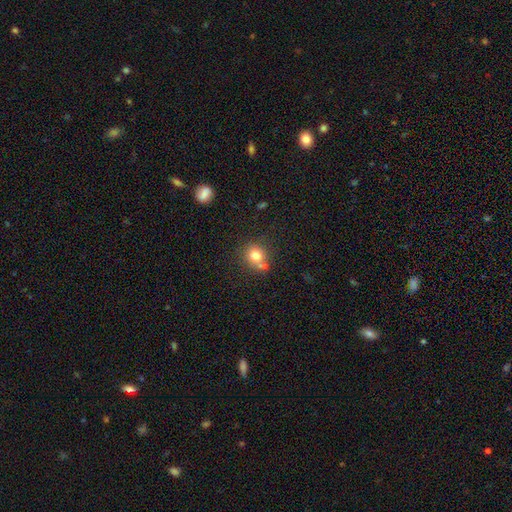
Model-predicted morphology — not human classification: This appears to be a smooth galaxy with no disk features (77%) that is round (83%). Merging: none (59%).